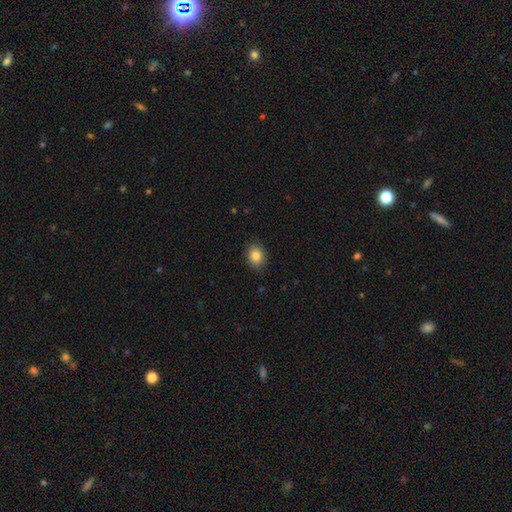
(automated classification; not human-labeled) This is clearly a smooth galaxy (85%). How rounded: possibly in between (53%). Merging: clearly none (87%).